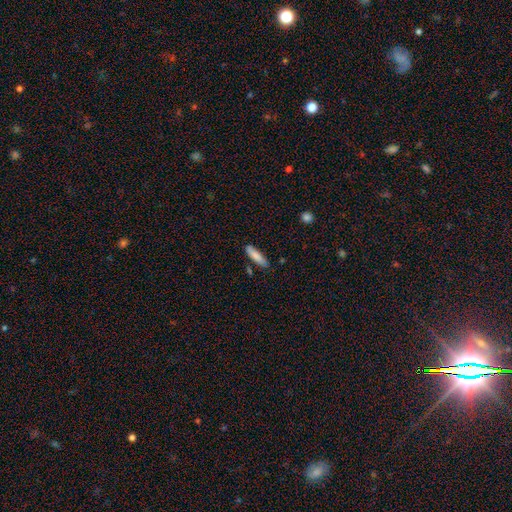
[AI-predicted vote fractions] Smooth or featured: smooth — 82% (featured or disk — 12%)
How rounded: cigar-shaped — 67% (in between — 31%)
Merging: none — 79% (minor disturbance — 15%)